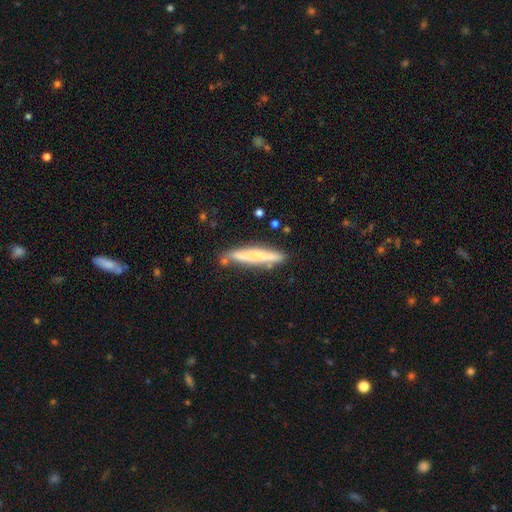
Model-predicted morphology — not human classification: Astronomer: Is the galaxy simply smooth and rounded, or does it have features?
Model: smooth — 58% (runner-up: featured or disk, 36%).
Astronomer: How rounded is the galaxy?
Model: cigar-shaped — 93%.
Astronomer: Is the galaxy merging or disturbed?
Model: none — 79%.